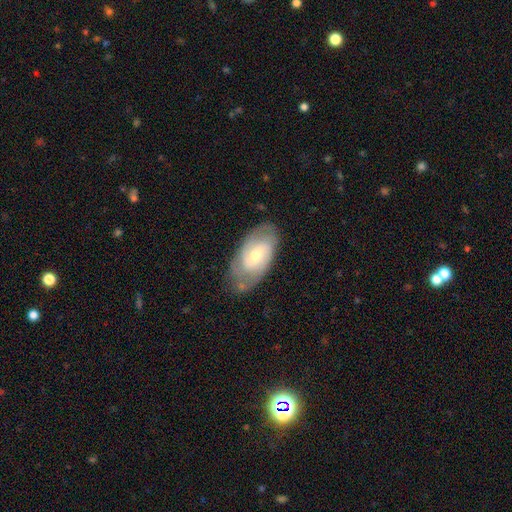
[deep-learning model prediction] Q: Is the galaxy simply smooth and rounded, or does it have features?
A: featured or disk — 74%.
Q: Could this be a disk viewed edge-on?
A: no — 94%.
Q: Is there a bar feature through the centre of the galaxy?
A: no — 47%.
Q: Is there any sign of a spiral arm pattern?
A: yes — 90%.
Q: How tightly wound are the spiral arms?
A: tight — 47%.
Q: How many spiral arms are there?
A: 2 — 63%.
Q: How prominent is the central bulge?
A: moderate — 50%.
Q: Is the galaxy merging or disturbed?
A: none — 72%.